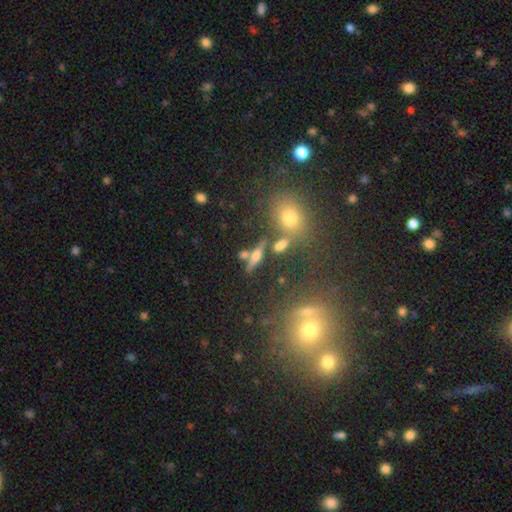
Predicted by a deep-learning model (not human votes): This appears to be a featured or disk galaxy (47%). Merging: none (67%).